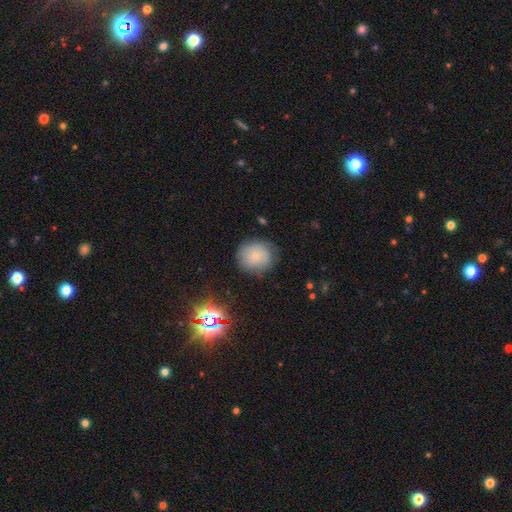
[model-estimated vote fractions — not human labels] The model was most divided on "smooth or featured": smooth: 67%, featured or disk: 22%, star or artifact: 11%. More confident: how rounded — round (84%); merging — none (74%).